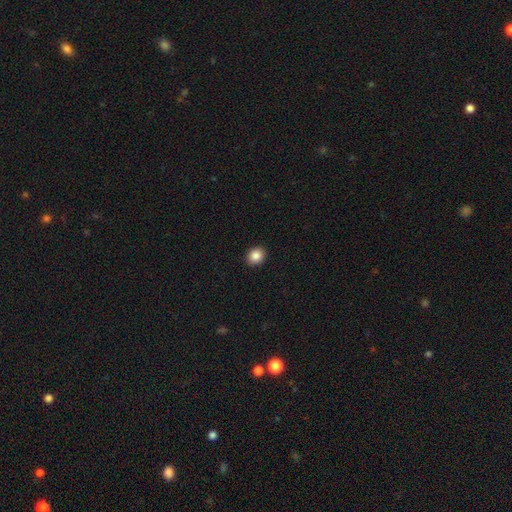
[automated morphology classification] smooth-or-featured: smooth: 87% | star or artifact: 9% | featured or disk: 4%
  how-rounded: round: 71% | in between: 29% | cigar-shaped: 1%
  merging: none: 92% | minor disturbance: 5% | major disturbance: 2% | merger: 1%